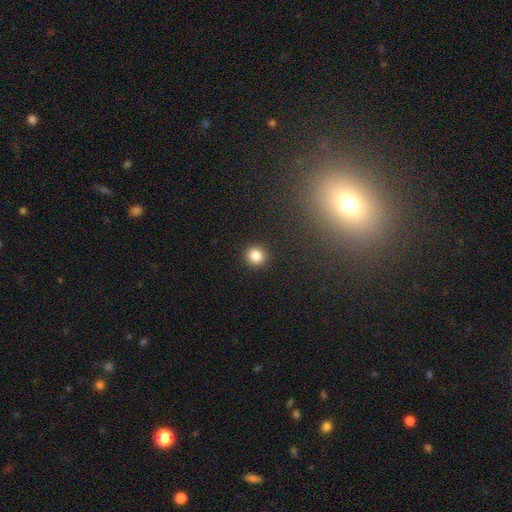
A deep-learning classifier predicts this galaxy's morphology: smooth_or_featured: smooth (p=0.84) [alt: star or artifact p=0.11]
how_rounded: round (p=0.91) [alt: in between p=0.08]
merging: none (p=0.92) [alt: minor disturbance p=0.05]